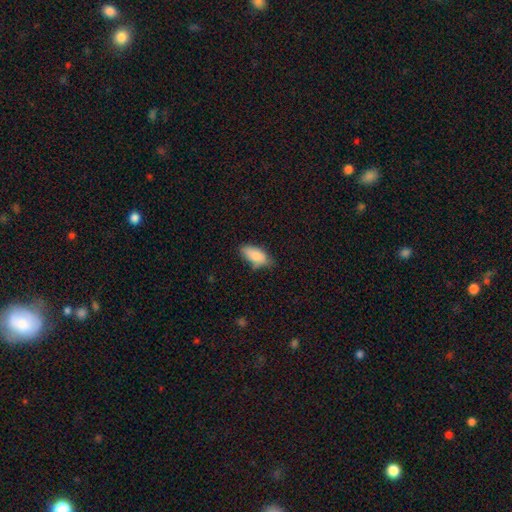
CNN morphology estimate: Smooth or featured? Predicted: smooth (p=0.86). How rounded? Predicted: in between (p=0.89). Merging? Predicted: none (p=0.60).